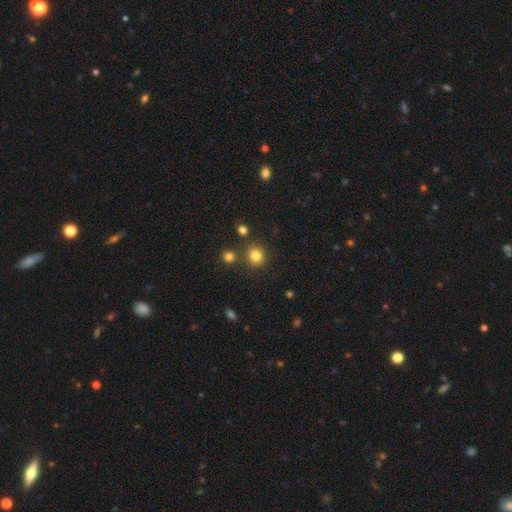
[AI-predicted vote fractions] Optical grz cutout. It shows a smooth galaxy with no disk features (82%) that is round (84%). Merging: none (81%).